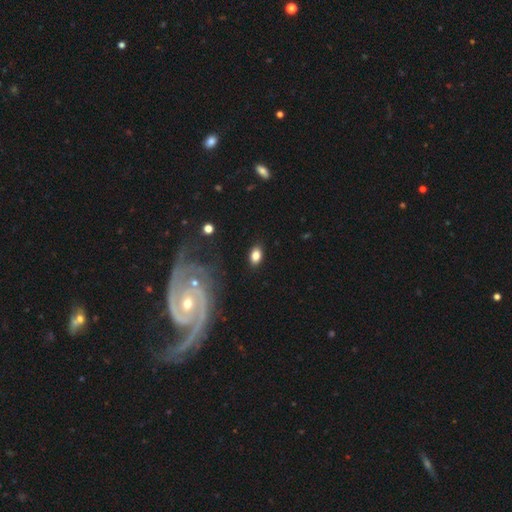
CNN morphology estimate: A smooth galaxy with no disk features (81%) that is in between round and cigar-shaped (88%). Merging: none (86%).